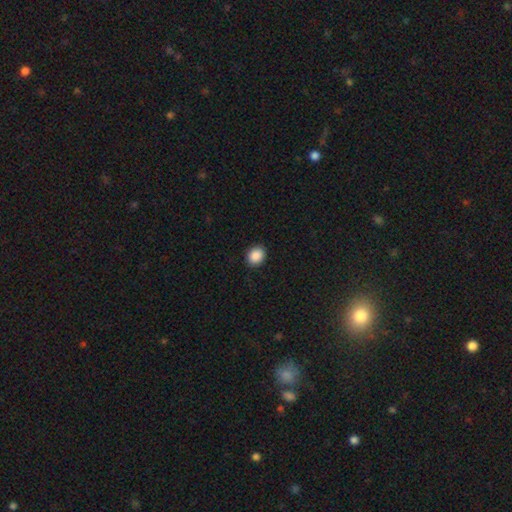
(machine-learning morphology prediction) smooth_or_featured: smooth (p=0.89) [alt: star or artifact p=0.08]
how_rounded: round (p=0.55) [alt: in between p=0.44]
merging: none (p=0.90) [alt: minor disturbance p=0.07]